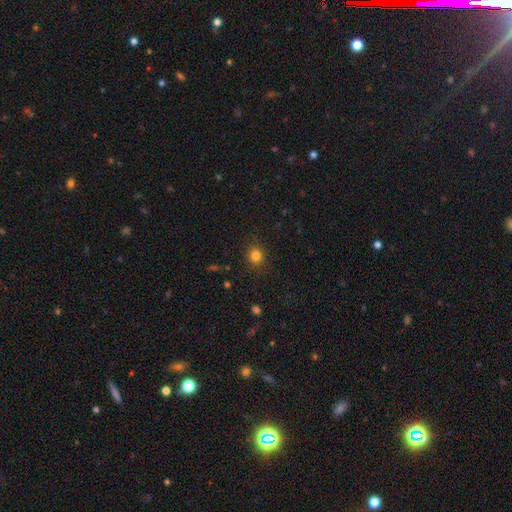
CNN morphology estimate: Smooth or featured? smooth (82%)
How rounded? round (83%)
Merging? none (88%)